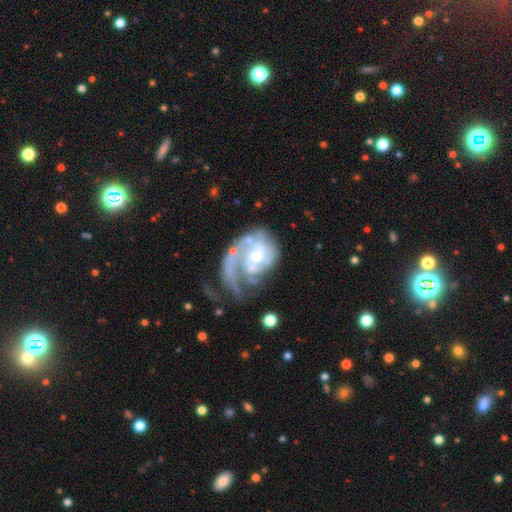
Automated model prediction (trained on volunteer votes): This is clearly a featured or disk galaxy (84%). It is clearly not viewed edge-on (98%). Bar: possibly no (59%). Spiral arm pattern: clearly yes (89%). Spiral arm count: marginally 1 (36%). Spiral winding: marginally tight (40%). Central bulge: possibly small (53%). Merging: marginally major disturbance (41%).